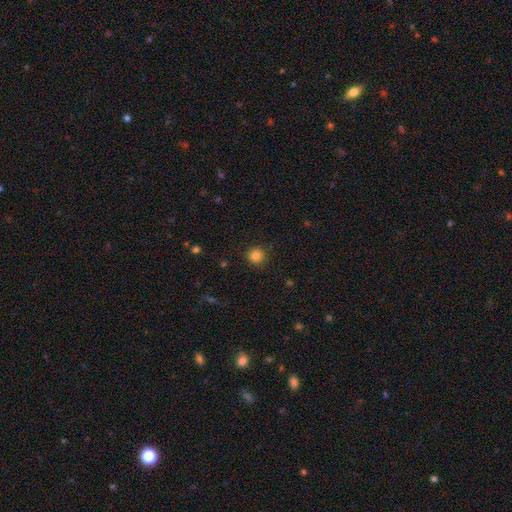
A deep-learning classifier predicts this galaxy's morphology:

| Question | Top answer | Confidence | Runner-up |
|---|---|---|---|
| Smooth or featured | smooth | 84% | star or artifact (12%) |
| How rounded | round | 93% | in between (6%) |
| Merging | none | 89% | minor disturbance (7%) |